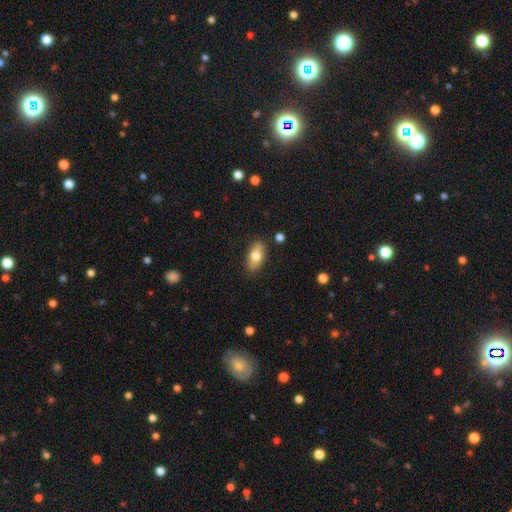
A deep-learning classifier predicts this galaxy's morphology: This is likely a smooth galaxy (74%). How rounded: clearly in between (88%). Merging: clearly none (85%).